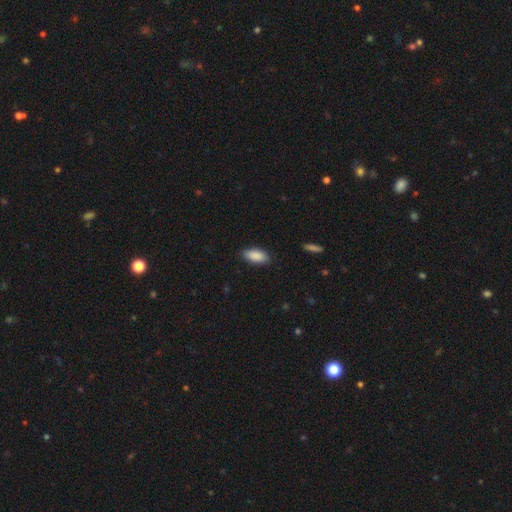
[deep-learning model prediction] Morphology: type=smooth (90%); roundness=in between (89%); merging=none (86%).